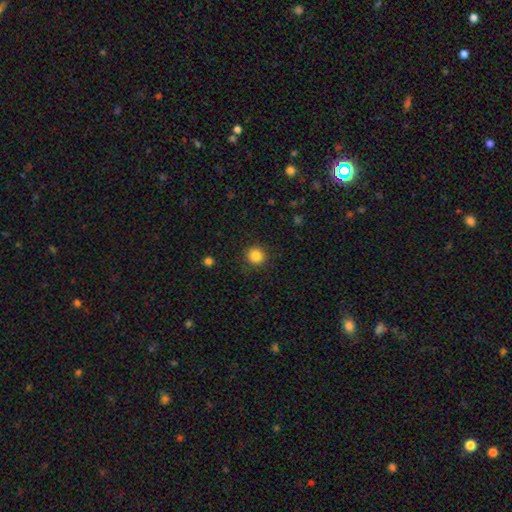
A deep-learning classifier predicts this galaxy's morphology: type=smooth (85%); roundness=round (93%); merging=none (89%).